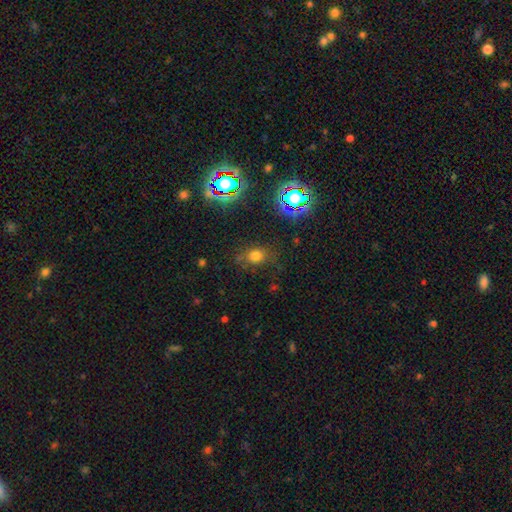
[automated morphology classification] A smooth galaxy with no disk features (67%) that is round (61%). Merging: none (72%).